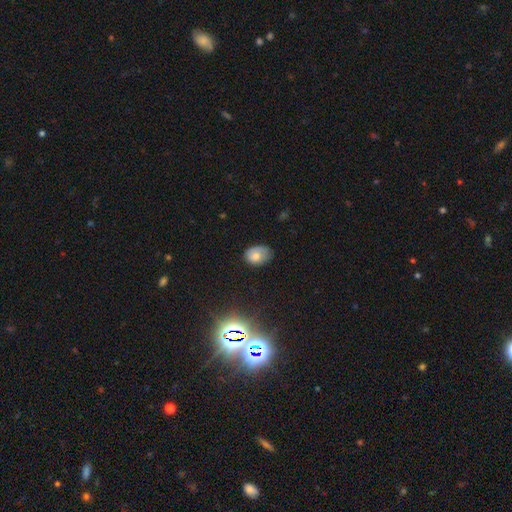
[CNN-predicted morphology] smooth 72%, featured or disk 17%, star or artifact 12%. Down the decision tree: how rounded — in between (79%); merging — none (54%).